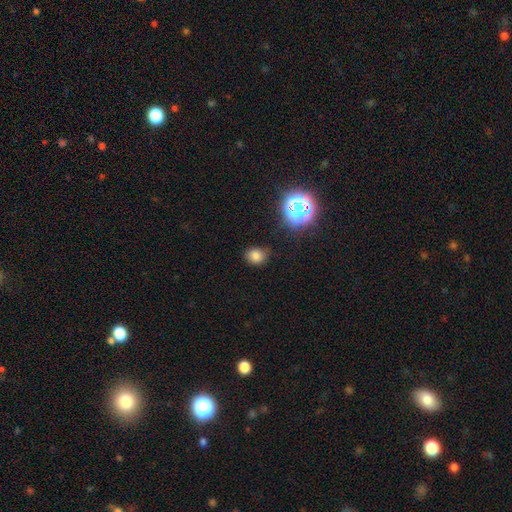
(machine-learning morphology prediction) Smooth or featured? Predicted: smooth (p=0.77). How rounded? Predicted: round (p=0.59). Merging? Predicted: none (p=0.76).